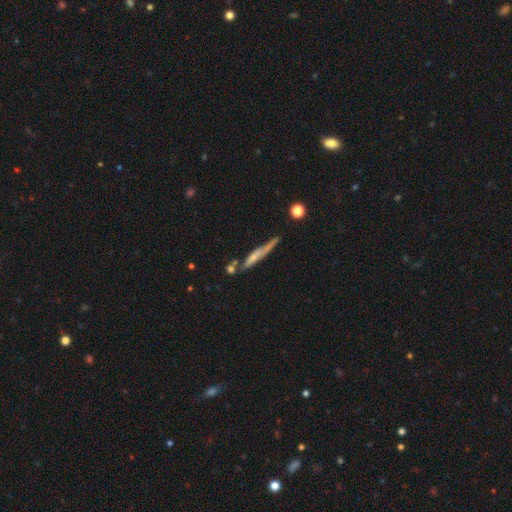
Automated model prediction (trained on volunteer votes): Q: Smooth or featured?
A: featured or disk (52%); runner-up: smooth (39%)
Q: Edge-on disk?
A: yes (85%); runner-up: no (15%)
Q: Merging?
A: none (54%); runner-up: minor disturbance (24%)